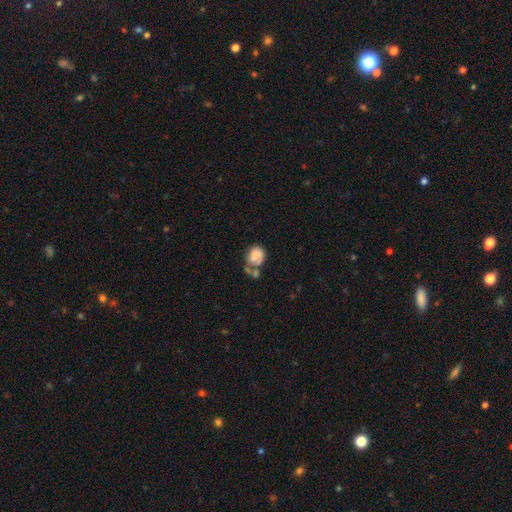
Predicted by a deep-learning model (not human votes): Overall: smooth (64%; featured or disk 27%). How rounded: in between (58%; round 41%). Merging: merger (33%; none 27%).